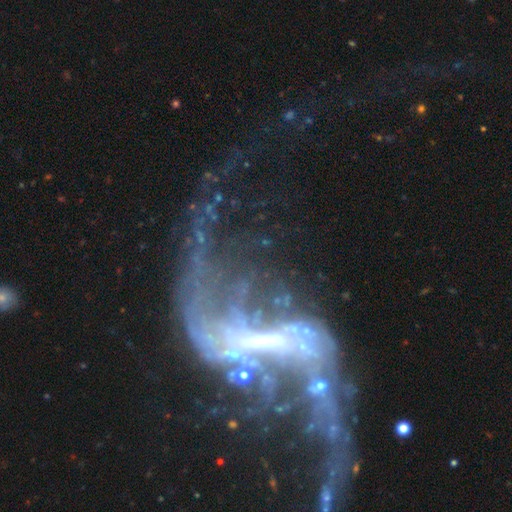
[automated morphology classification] A featured or disk galaxy (89%) with a strong bar (46%), 2 (86%) loose (89%) spiral arms (92%) and a small central bulge (55%). Merging: major disturbance (34%).